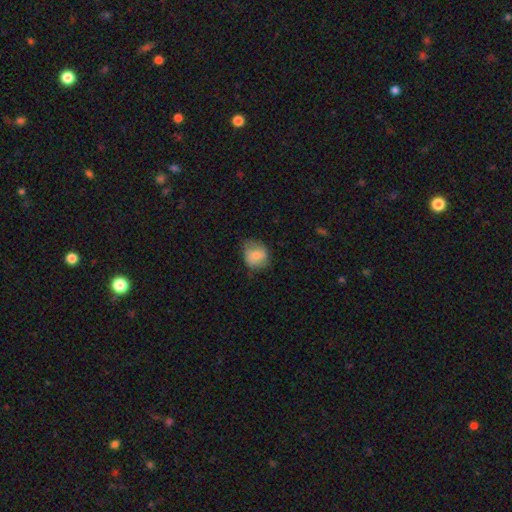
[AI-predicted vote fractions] Q: Smooth or featured?
A: smooth (76%); runner-up: featured or disk (17%)
Q: How rounded?
A: round (69%); runner-up: in between (30%)
Q: Merging?
A: none (57%); runner-up: minor disturbance (32%)